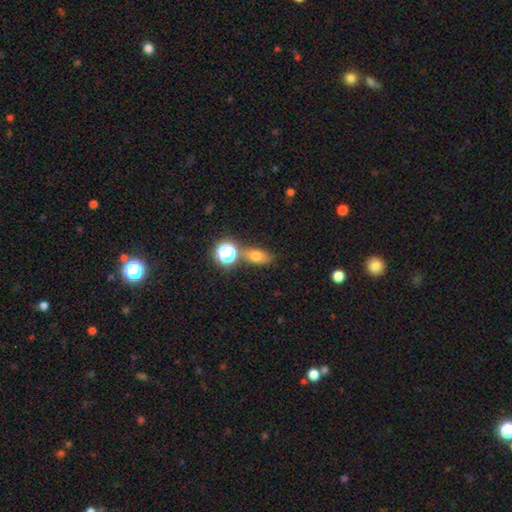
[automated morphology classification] A smooth galaxy with no disk features (67%) that is in between round and cigar-shaped (71%).

Vote fractions:
- Smooth or featured? smooth: 67% / star or artifact: 18% / featured or disk: 15%
- How rounded? in between: 71% / round: 19% / cigar-shaped: 10%
- Merging? none: 70% / minor disturbance: 13% / merger: 13% / major disturbance: 4%